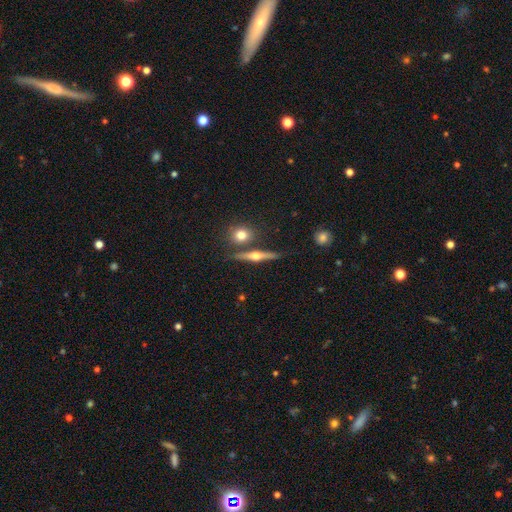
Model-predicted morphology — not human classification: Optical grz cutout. It shows a featured or disk galaxy (69%) viewed edge-on (96%) with a rounded central bulge (94%). Merging: none (77%).